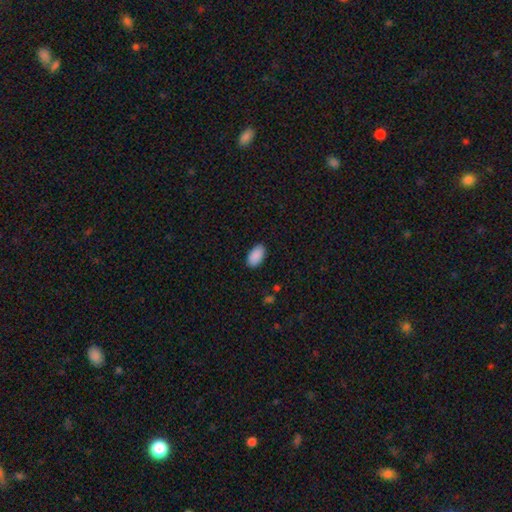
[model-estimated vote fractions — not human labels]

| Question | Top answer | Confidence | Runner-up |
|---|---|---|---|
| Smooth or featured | smooth | 91% | star or artifact (7%) |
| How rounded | in between | 95% | round (3%) |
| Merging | none | 88% | minor disturbance (9%) |